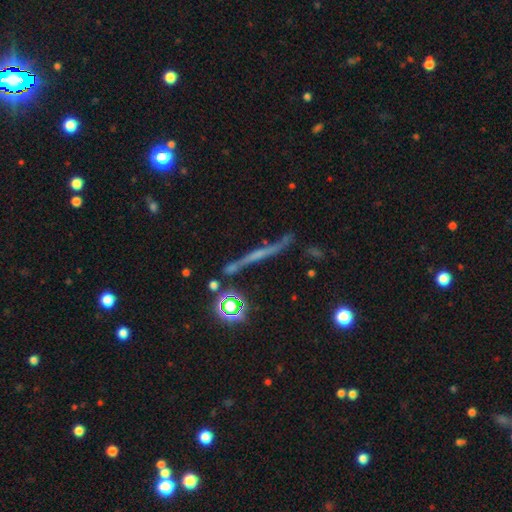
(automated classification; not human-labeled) A featured or disk galaxy (57%) viewed edge-on (82%). Merging: none (67%).